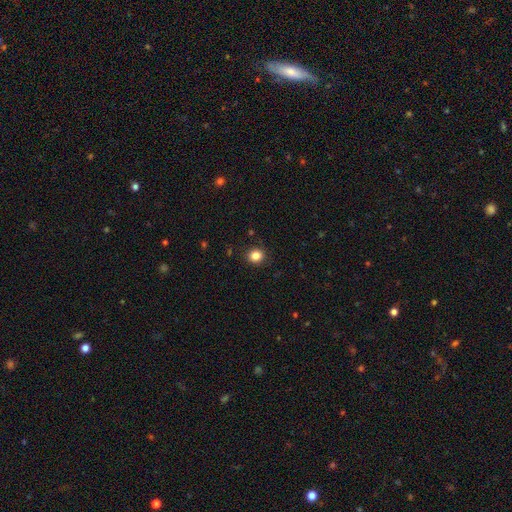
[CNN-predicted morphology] Q: Smooth or featured?
A: smooth (84%); runner-up: star or artifact (11%)
Q: How rounded?
A: round (80%); runner-up: in between (19%)
Q: Merging?
A: none (91%); runner-up: minor disturbance (6%)